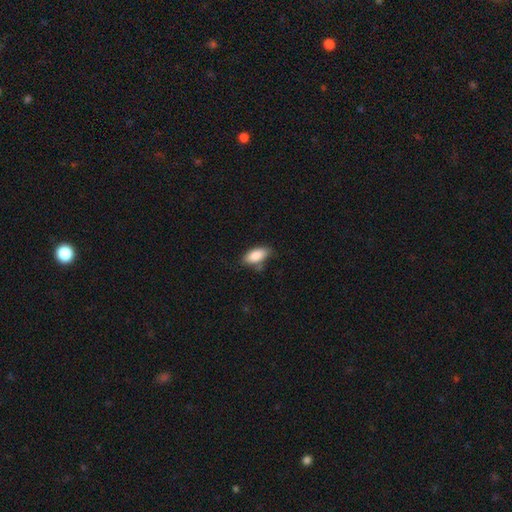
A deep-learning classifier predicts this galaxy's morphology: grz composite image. It shows a smooth galaxy with no disk features (87%) that is in between round and cigar-shaped (89%). Merging: none (71%).